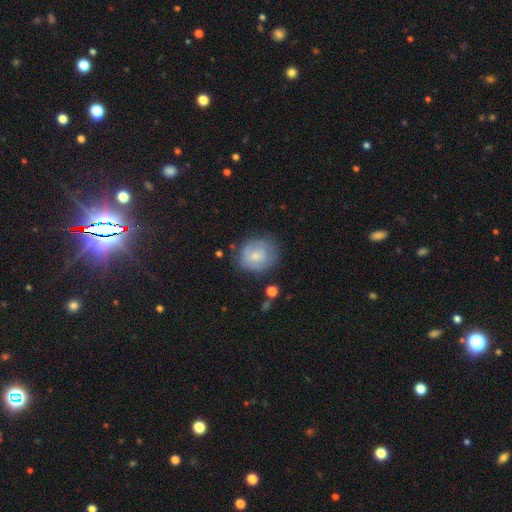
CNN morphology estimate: The model was most divided on "smooth or featured": smooth: 61%, featured or disk: 31%, star or artifact: 8%. More confident: how rounded — round (73%); merging — none (64%).